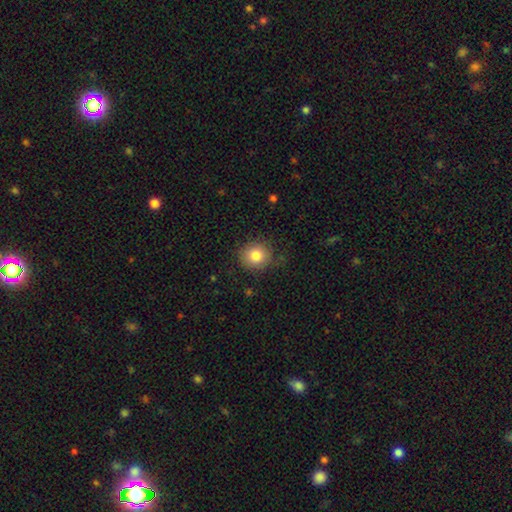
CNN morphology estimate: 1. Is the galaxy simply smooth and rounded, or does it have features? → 82% smooth, 10% star or artifact, 8% featured or disk.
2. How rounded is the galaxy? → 88% round, 12% in between, 1% cigar-shaped.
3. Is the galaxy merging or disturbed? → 83% none, 12% minor disturbance, 3% major disturbance, 1% merger.